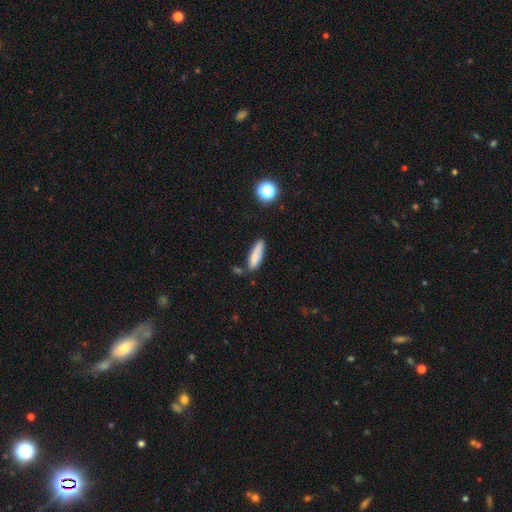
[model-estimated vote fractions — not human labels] Smooth or featured: smooth — 81% (featured or disk — 11%)
How rounded: cigar-shaped — 63% (in between — 34%)
Merging: none — 71% (minor disturbance — 18%)